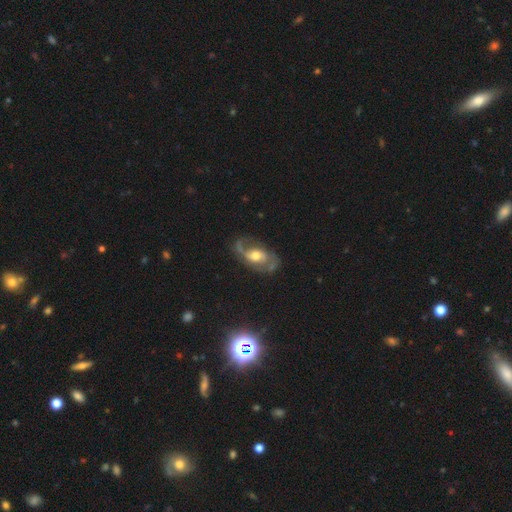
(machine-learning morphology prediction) Smooth or featured? featured or disk (81%)
Edge-on disk? no (96%)
Bar? no (51%)
Spiral arms? yes (91%)
Spiral winding? medium (44%)
Spiral arm count? 2 (81%)
Bulge size? moderate (67%)
Merging? none (62%)